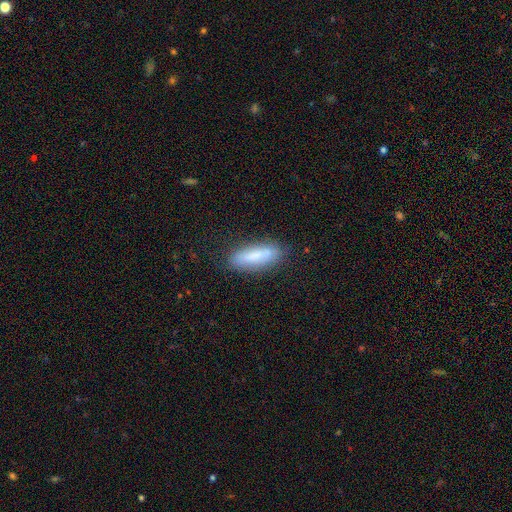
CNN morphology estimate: Smooth or featured? Predicted: smooth (p=0.77). How rounded? Predicted: cigar-shaped (p=0.50). Merging? Predicted: none (p=0.81).